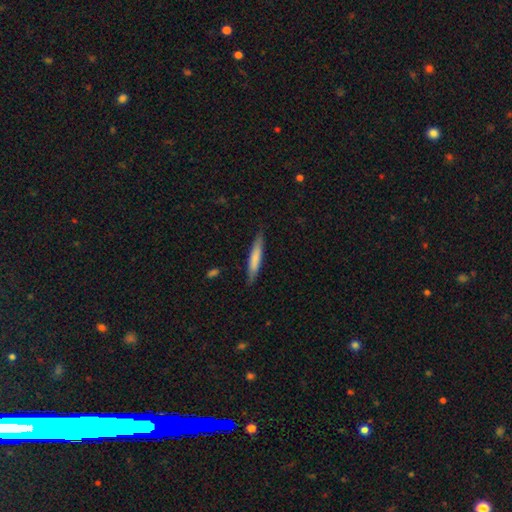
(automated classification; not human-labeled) A smooth galaxy with no disk features (63%) that is cigar-shaped (94%).

Vote fractions:
- Smooth or featured? smooth: 63% / featured or disk: 31% / star or artifact: 7%
- How rounded? cigar-shaped: 94% / in between: 5% / round: 1%
- Merging? none: 87% / minor disturbance: 10% / major disturbance: 2% / merger: 1%